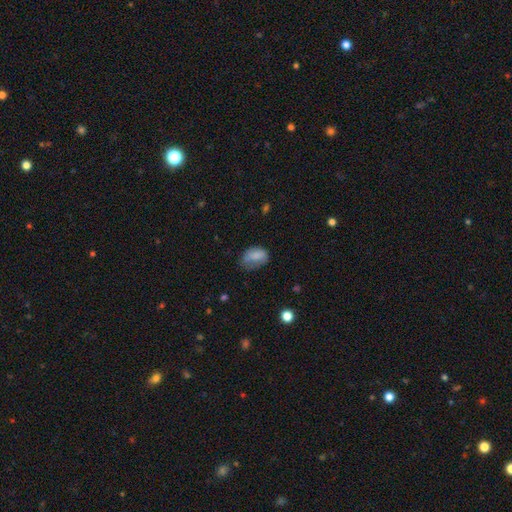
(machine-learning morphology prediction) smooth_or_featured: smooth (p=0.78) [alt: featured or disk p=0.13]
how_rounded: in between (p=0.80) [alt: round p=0.19]
merging: none (p=0.43) [alt: minor disturbance p=0.36]